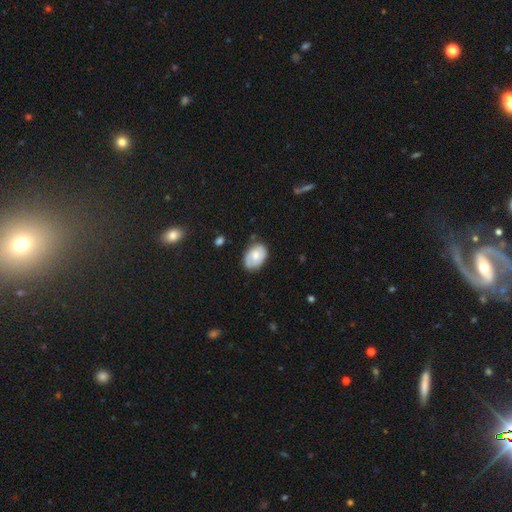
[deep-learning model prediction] Q: Smooth or featured?
A: smooth (56%); runner-up: featured or disk (37%)
Q: How rounded?
A: in between (82%); runner-up: round (17%)
Q: Merging?
A: none (69%); runner-up: minor disturbance (24%)